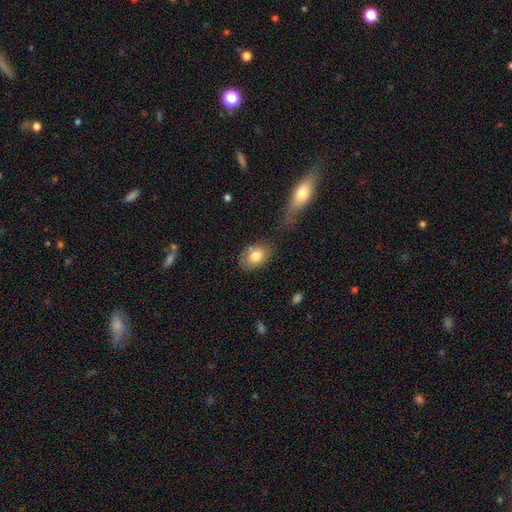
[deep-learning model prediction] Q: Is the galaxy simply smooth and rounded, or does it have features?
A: smooth — 80%.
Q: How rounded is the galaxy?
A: in between — 79%.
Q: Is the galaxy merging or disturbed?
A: none — 73%.